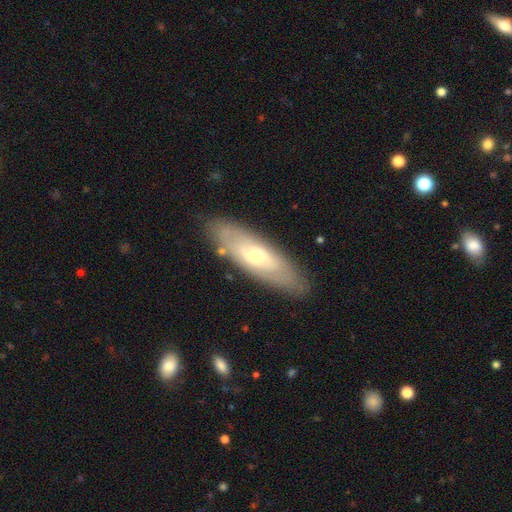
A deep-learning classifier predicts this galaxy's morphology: This appears to be a featured or disk galaxy (54%). Merging: none (83%).